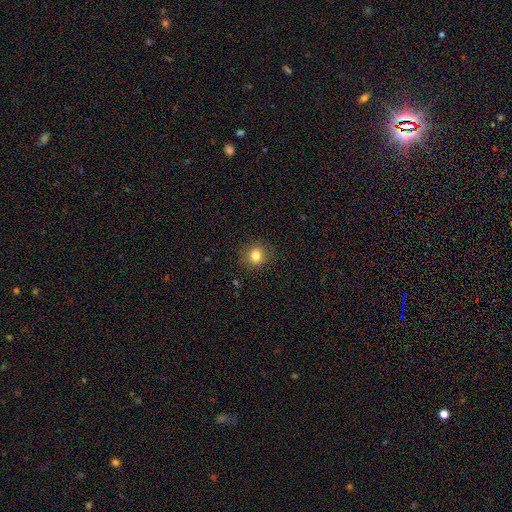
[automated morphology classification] The model was most divided on "how rounded": round: 82%, in between: 17%, cigar-shaped: 1%. More confident: merging — none (88%); smooth or featured — smooth (82%).